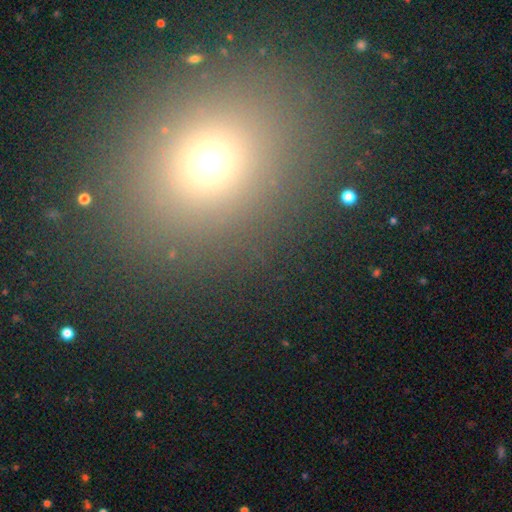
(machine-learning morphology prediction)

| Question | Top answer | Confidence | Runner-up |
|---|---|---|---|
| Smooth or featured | smooth | 59% | star or artifact (33%) |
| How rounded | round | 70% | in between (28%) |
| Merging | none | 86% | minor disturbance (7%) |